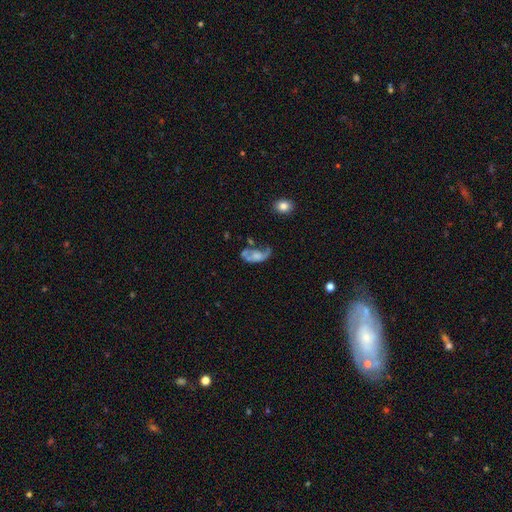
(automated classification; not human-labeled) Morphology: type=featured or disk (52%); edge-on=no (95%); merging=major disturbance (40%).